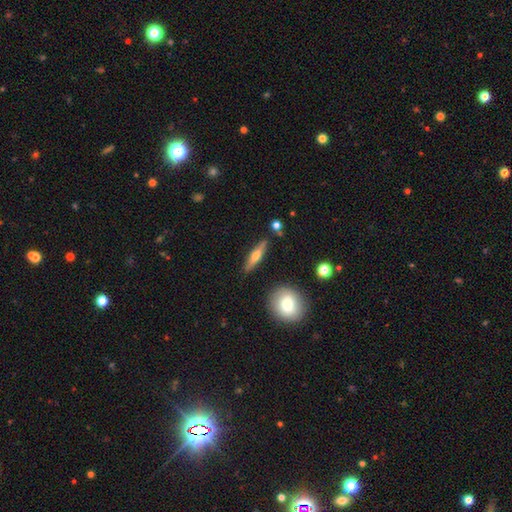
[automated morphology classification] A featured or disk galaxy (55%) viewed edge-on (94%) with a rounded central bulge (92%).

Vote fractions:
- Smooth or featured? featured or disk: 55% / smooth: 39% / star or artifact: 6%
- Edge-on disk? yes: 94% / no: 6%
- Edge-on bulge? rounded: 92% / none: 4% / boxy: 3%
- Merging? none: 88% / minor disturbance: 8% / merger: 3% / major disturbance: 2%